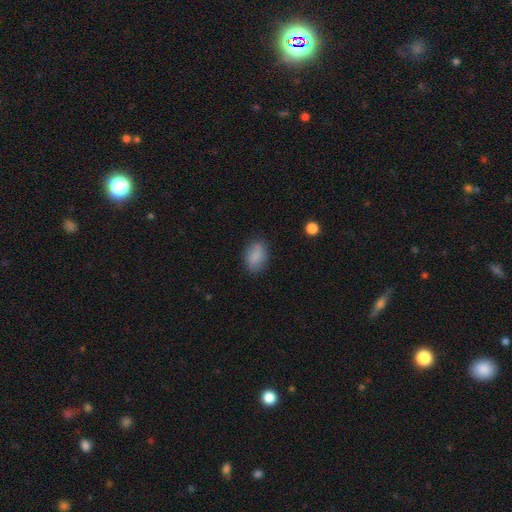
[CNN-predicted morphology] smooth-or-featured: smooth: 84% | star or artifact: 9% | featured or disk: 8%
  how-rounded: in between: 85% | round: 13% | cigar-shaped: 2%
  merging: none: 79% | minor disturbance: 16% | major disturbance: 4% | merger: 1%